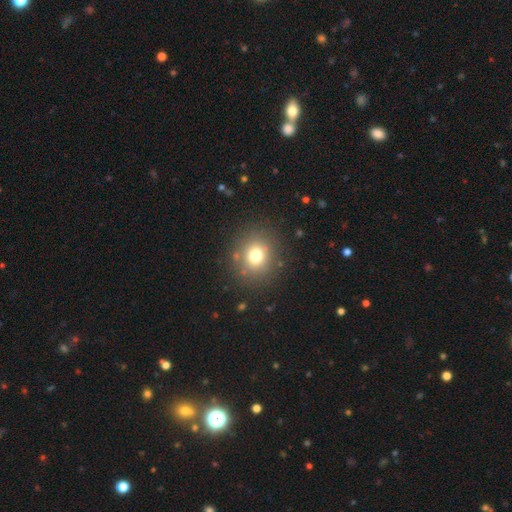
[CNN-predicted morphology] Smooth or featured? Predicted: smooth (p=0.73). How rounded? Predicted: round (p=0.80). Merging? Predicted: none (p=0.84).